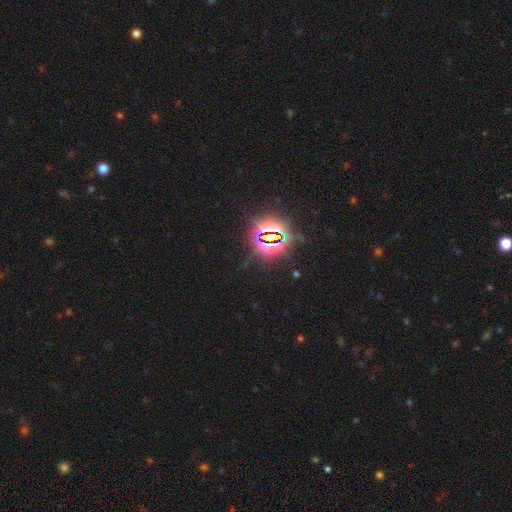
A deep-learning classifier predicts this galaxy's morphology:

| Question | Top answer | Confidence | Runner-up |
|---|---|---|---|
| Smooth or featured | star or artifact | 84% | smooth (10%) |